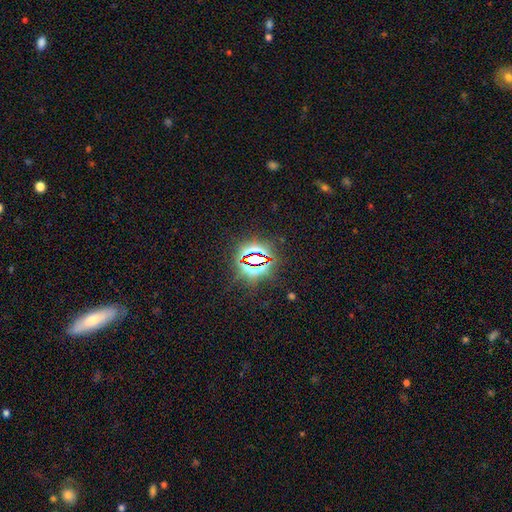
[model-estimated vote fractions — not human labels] Smooth or featured?
  - star or artifact: 80% *
  - smooth: 12%
  - featured or disk: 8%